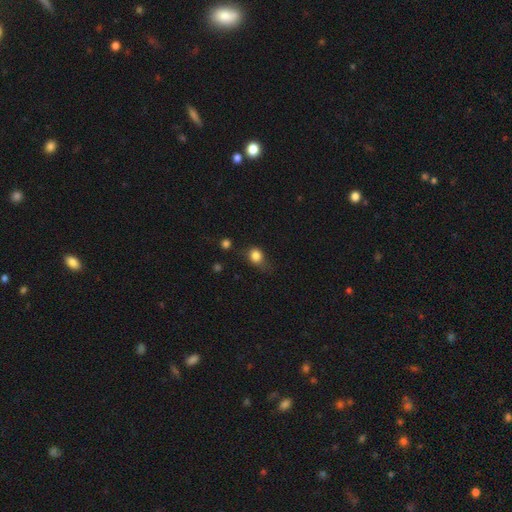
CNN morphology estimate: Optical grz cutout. It shows a smooth galaxy with no disk features (82%) that is round (58%). Merging: none (45%).